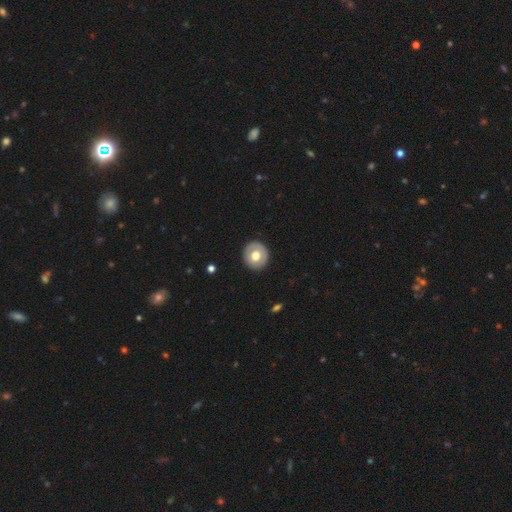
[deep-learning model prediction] Overall: smooth (63%; featured or disk 30%). How rounded: round (89%). Merging: none (90%).